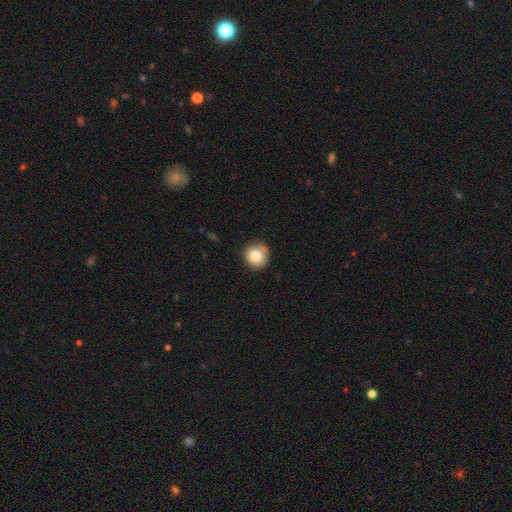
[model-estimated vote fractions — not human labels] Smooth or featured: smooth — 82% (star or artifact — 9%)
How rounded: round — 89% (in between — 10%)
Merging: none — 71% (minor disturbance — 22%)